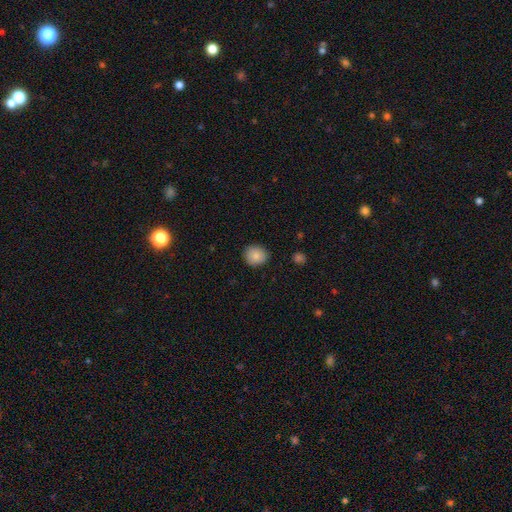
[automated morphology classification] The model was most divided on "how rounded": round: 80%, in between: 19%, cigar-shaped: 1%. More confident: merging — none (88%); smooth or featured — smooth (85%).